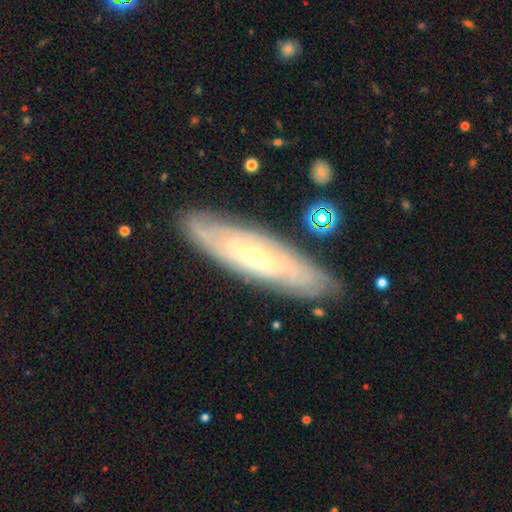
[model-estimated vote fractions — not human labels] Overall: featured or disk (76%). Edge-on disk: no (73%). Bar: no (69%). Spiral arms: yes (82%). Bulge size: small (71%). Merging: none (85%).